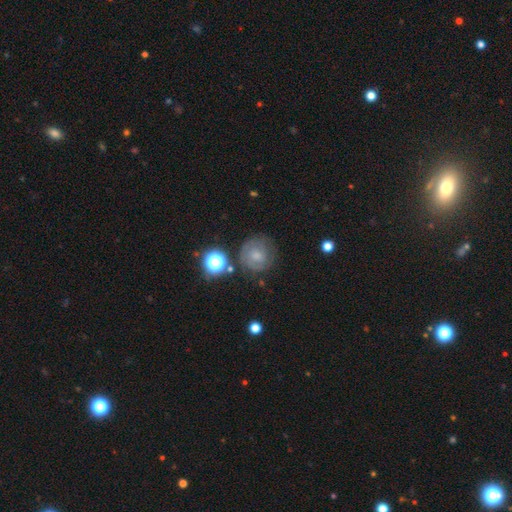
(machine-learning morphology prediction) Smooth or featured?
  - smooth: 56% *
  - featured or disk: 31%
  - star or artifact: 13%
How rounded?
  - round: 89% *
  - in between: 10%
  - cigar-shaped: 1%
Merging?
  - none: 68% *
  - minor disturbance: 19%
  - major disturbance: 9%
  - merger: 4%